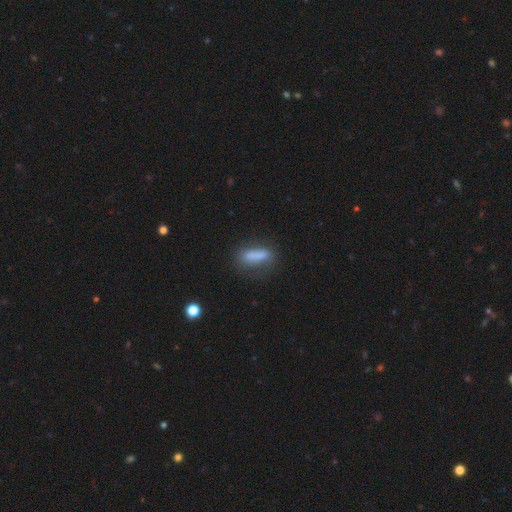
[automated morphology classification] Smooth or featured?
  - smooth: 73% *
  - featured or disk: 17%
  - star or artifact: 10%
How rounded?
  - cigar-shaped: 53% *
  - in between: 43%
  - round: 4%
Merging?
  - none: 63% *
  - minor disturbance: 20%
  - major disturbance: 11%
  - merger: 6%